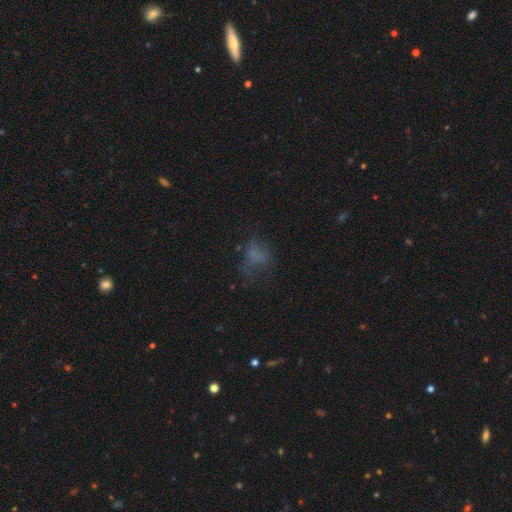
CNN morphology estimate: type=smooth (51%); roundness=in between (61%); merging=none (42%).